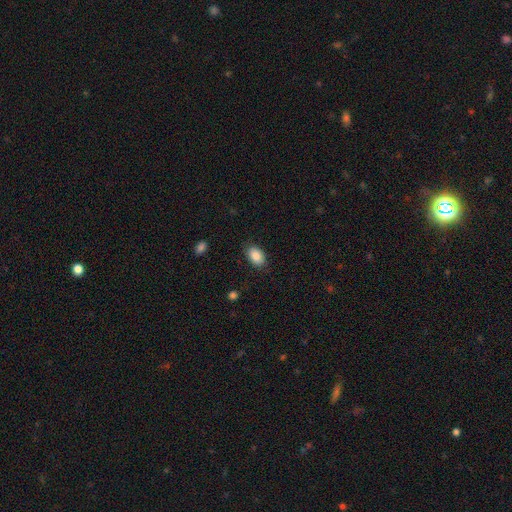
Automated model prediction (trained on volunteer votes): Smooth or featured? smooth (86%)
How rounded? in between (89%)
Merging? none (85%)